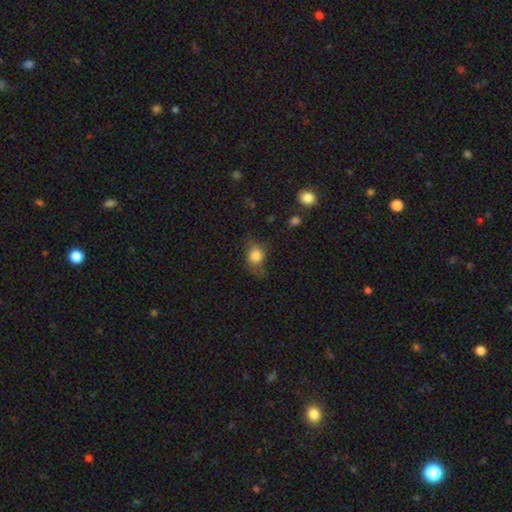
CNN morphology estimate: Smooth or featured? Predicted: smooth (p=0.80). How rounded? Predicted: round (p=0.53). Merging? Predicted: none (p=0.56).